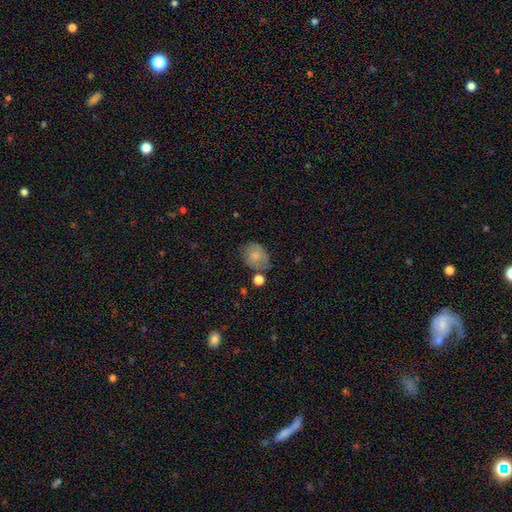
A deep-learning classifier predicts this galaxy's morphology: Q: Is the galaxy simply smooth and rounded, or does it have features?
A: smooth — 77%.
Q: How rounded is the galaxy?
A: in between — 57%.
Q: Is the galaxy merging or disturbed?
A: none — 60%.